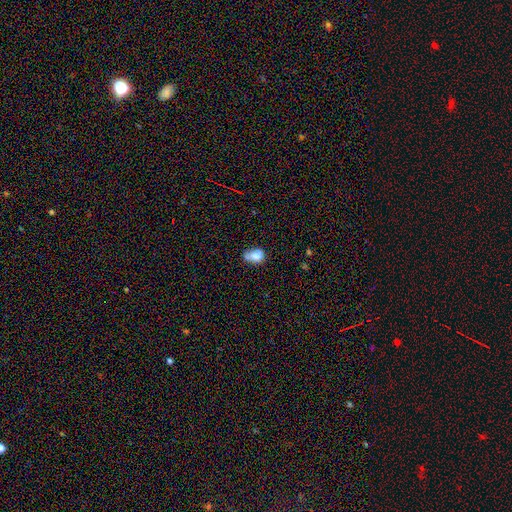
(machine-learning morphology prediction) This is likely a smooth galaxy (74%). How rounded: likely in between (72%). Merging: marginally none (34%).